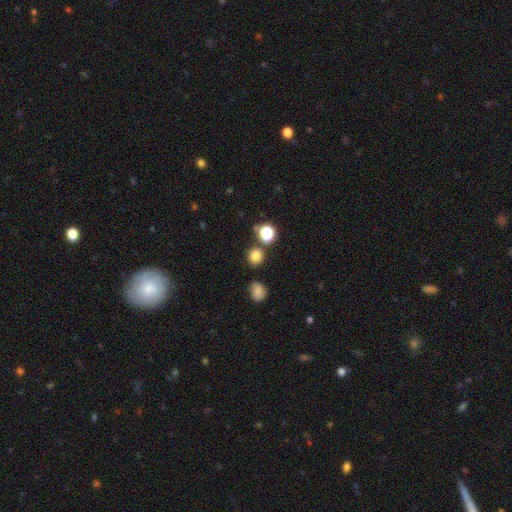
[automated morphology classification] A smooth galaxy with no disk features (78%) that is round (86%).

Vote fractions:
- Smooth or featured? smooth: 78% / star or artifact: 16% / featured or disk: 5%
- How rounded? round: 86% / in between: 13% / cigar-shaped: 1%
- Merging? none: 79% / merger: 9% / minor disturbance: 9% / major disturbance: 3%